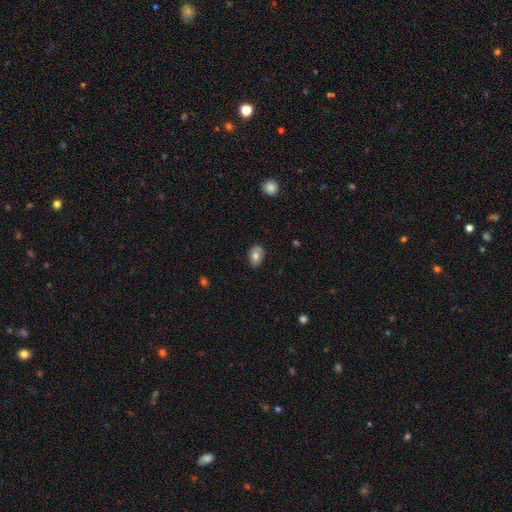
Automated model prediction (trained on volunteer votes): smooth 75%, featured or disk 16%, star or artifact 8%. Down the decision tree: how rounded — in between (81%); merging — none (80%).